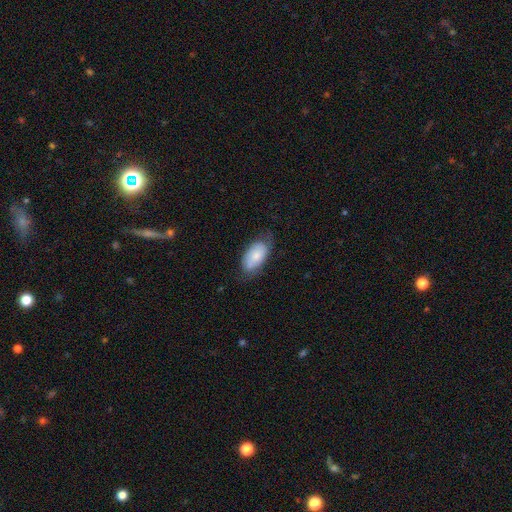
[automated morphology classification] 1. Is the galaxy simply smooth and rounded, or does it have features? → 72% smooth, 21% featured or disk, 6% star or artifact.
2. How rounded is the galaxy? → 93% in between, 4% cigar-shaped, 3% round.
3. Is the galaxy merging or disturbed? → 63% none, 27% minor disturbance, 8% major disturbance, 1% merger.